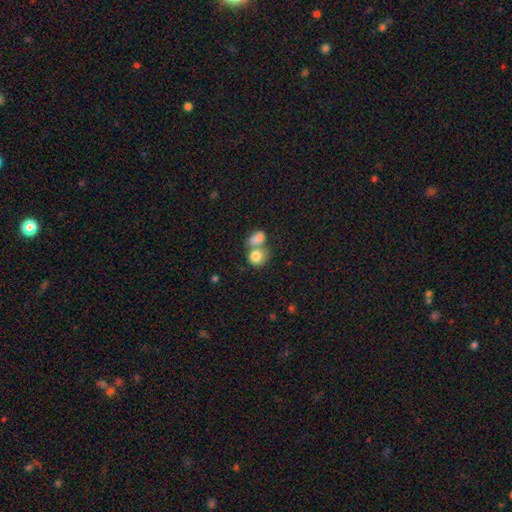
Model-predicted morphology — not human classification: Smooth or featured? Predicted: smooth (p=0.82). How rounded? Predicted: round (p=0.69). Merging? Predicted: merger (p=0.55).